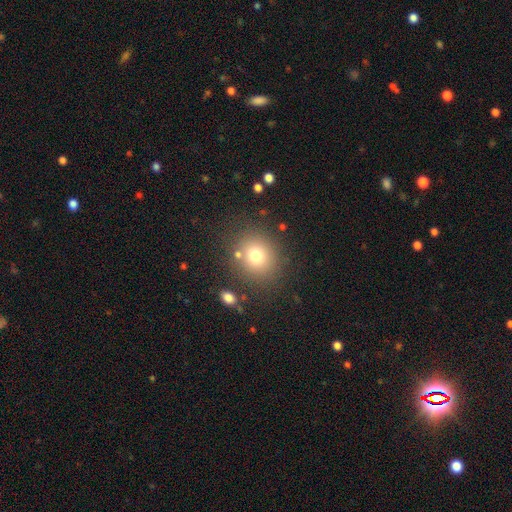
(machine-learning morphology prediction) The model was most divided on "smooth or featured": smooth: 75%, star or artifact: 14%, featured or disk: 11%. More confident: merging — none (80%); how rounded — round (80%).